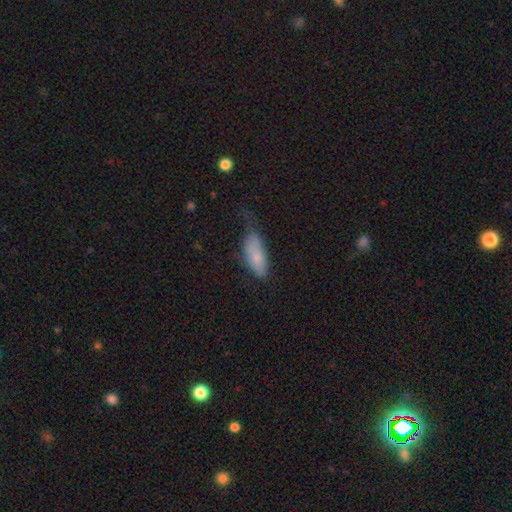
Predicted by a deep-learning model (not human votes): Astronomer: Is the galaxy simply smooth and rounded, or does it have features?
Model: smooth — 76%.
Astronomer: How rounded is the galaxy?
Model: in between — 79%.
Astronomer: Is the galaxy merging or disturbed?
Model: minor disturbance — 39% (runner-up: none, 38%).